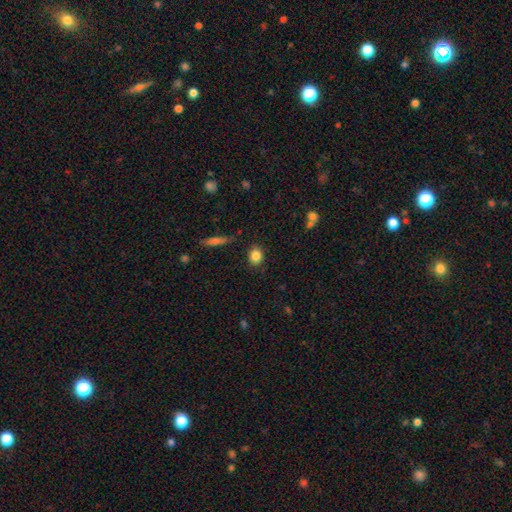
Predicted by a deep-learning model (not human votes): Smooth or featured? Predicted: smooth (p=0.85). How rounded? Predicted: round (p=0.50). Merging? Predicted: none (p=0.86).